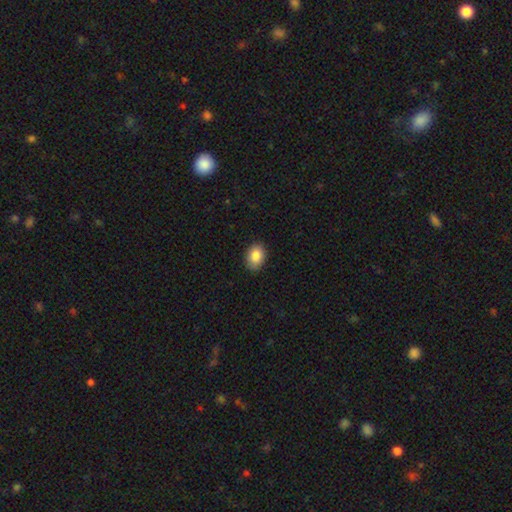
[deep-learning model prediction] Smooth or featured? Predicted: smooth (p=0.87). How rounded? Predicted: in between (p=0.78). Merging? Predicted: none (p=0.88).